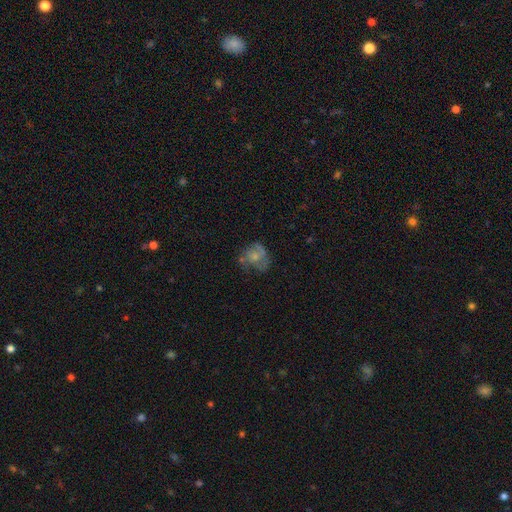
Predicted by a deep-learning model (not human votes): A smooth galaxy with no disk features (46%).

Vote fractions:
- Smooth or featured? smooth: 46% / featured or disk: 44% / star or artifact: 10%
- Merging? none: 42% / major disturbance: 26% / minor disturbance: 26% / merger: 7%